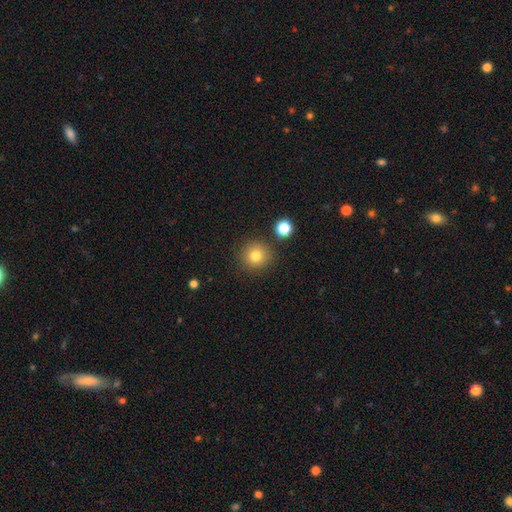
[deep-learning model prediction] Q: Smooth or featured?
A: smooth (79%); runner-up: star or artifact (12%)
Q: How rounded?
A: round (93%); runner-up: in between (6%)
Q: Merging?
A: none (86%); runner-up: minor disturbance (7%)